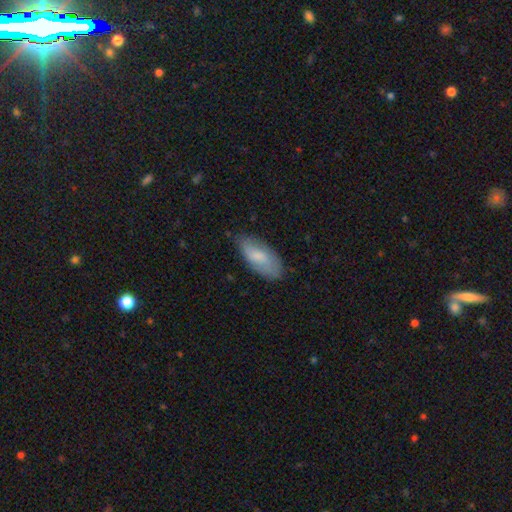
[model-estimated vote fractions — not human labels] smooth 73%, featured or disk 21%, star or artifact 6%. Down the decision tree: how rounded — in between (82%); merging — none (71%).